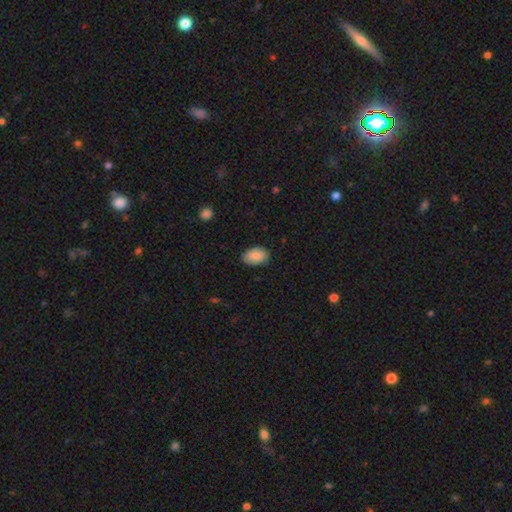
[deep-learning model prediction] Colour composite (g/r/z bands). It shows a smooth galaxy with no disk features (88%) that is in between round and cigar-shaped (90%). Merging: none (83%).